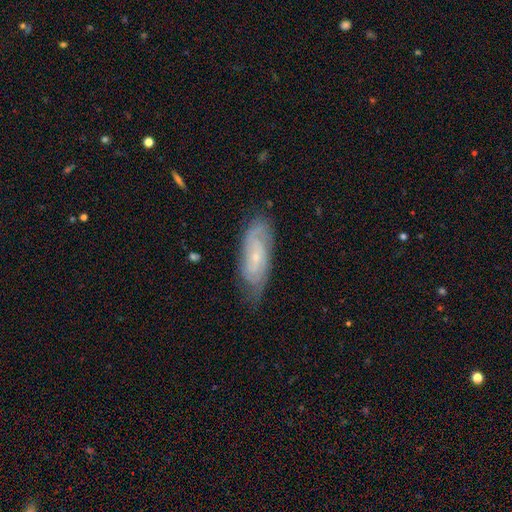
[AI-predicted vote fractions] Smooth or featured? Predicted: featured or disk (p=0.72). Edge-on disk? Predicted: no (p=0.88). Bar? Predicted: no (p=0.63). Spiral arms? Predicted: yes (p=0.90). Spiral winding? Predicted: tight (p=0.53). Spiral arm count? Predicted: 2 (p=0.42). Bulge size? Predicted: small (p=0.78). Merging? Predicted: none (p=0.70).